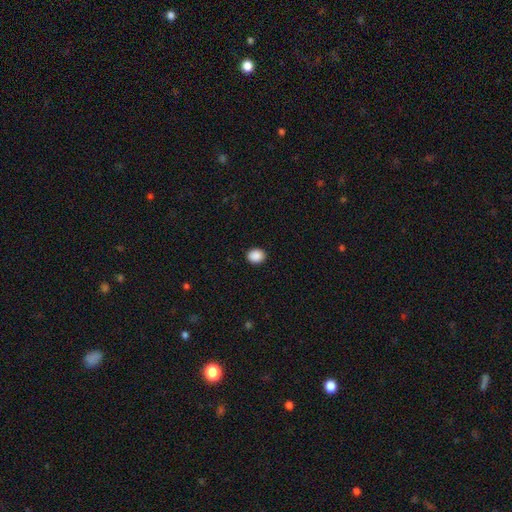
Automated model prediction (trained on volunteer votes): A smooth galaxy with no disk features (90%) that is round (54%). Merging: none (91%).